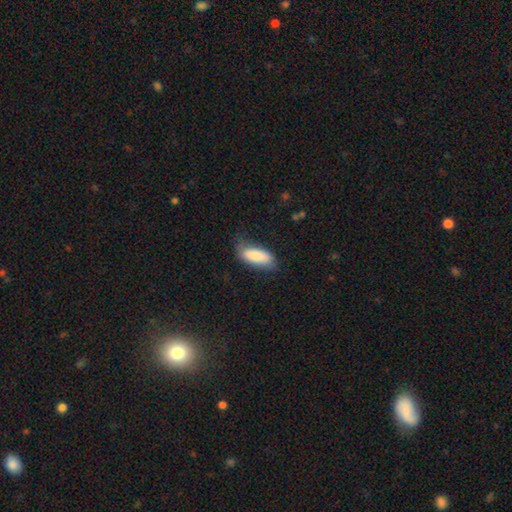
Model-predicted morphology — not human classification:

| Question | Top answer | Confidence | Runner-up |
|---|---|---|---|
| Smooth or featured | smooth | 81% | featured or disk (14%) |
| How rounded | in between | 80% | cigar-shaped (18%) |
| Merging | none | 63% | minor disturbance (27%) |